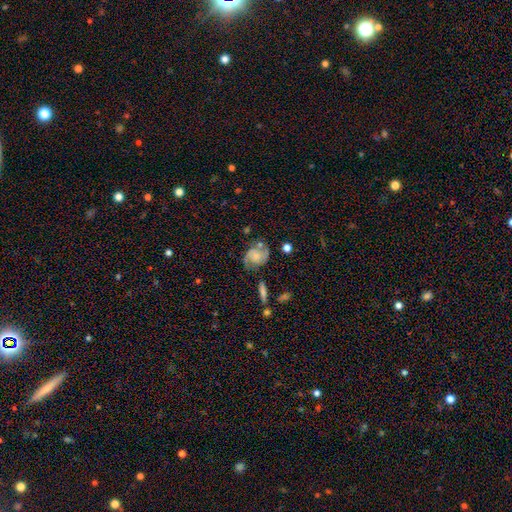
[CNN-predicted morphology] type=featured or disk (73%); edge-on=no (97%); bar=no (69%); spiral arms=yes (94%); winding=medium (48%); arm count=2 (87%); bulge=small (44%); merging=none (61%).